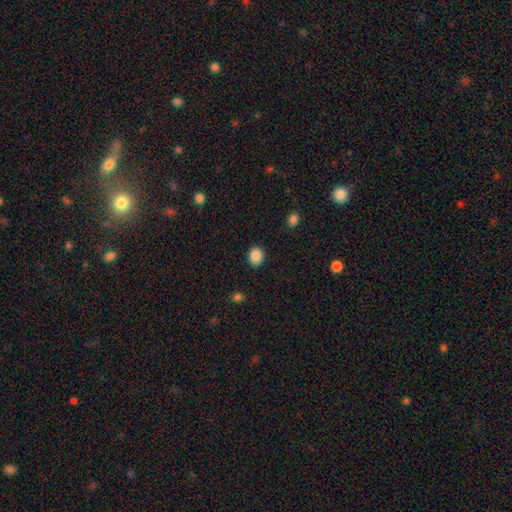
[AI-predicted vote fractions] smooth_or_featured: smooth (p=0.89) [alt: star or artifact p=0.08]
how_rounded: round (p=0.50) [alt: in between p=0.49]
merging: none (p=0.87) [alt: minor disturbance p=0.09]